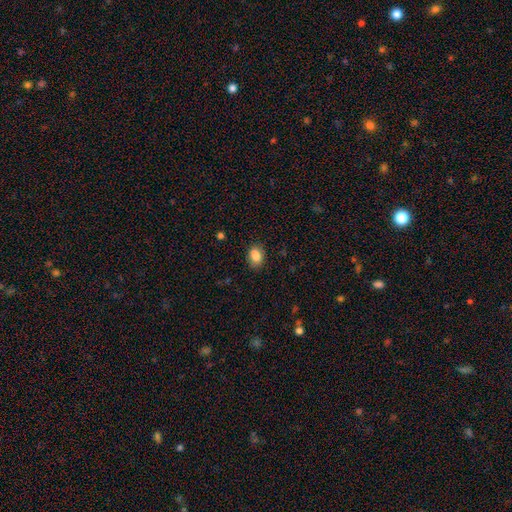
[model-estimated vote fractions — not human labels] Morphology: type=smooth (86%); roundness=in between (77%); merging=none (81%).